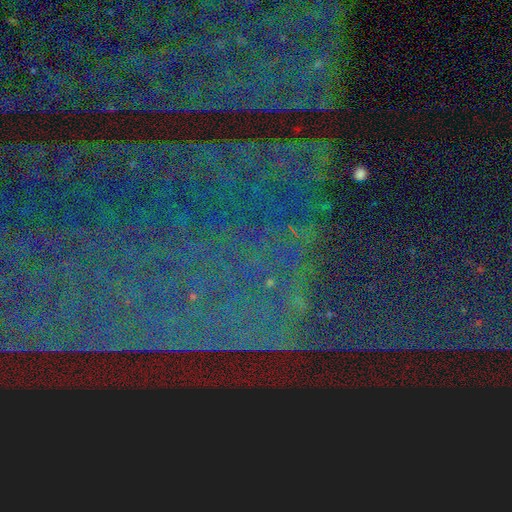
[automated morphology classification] Overall: star or artifact (87%).